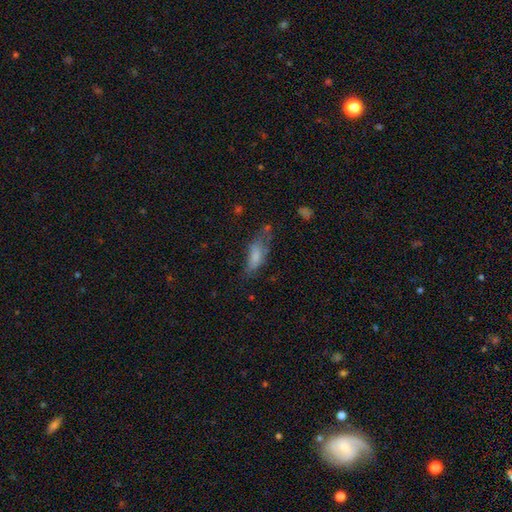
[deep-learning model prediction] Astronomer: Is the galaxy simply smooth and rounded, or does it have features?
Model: smooth — 65%.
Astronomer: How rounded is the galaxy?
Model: in between — 69%.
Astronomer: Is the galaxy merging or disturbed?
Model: none — 35% (runner-up: minor disturbance, 31%).